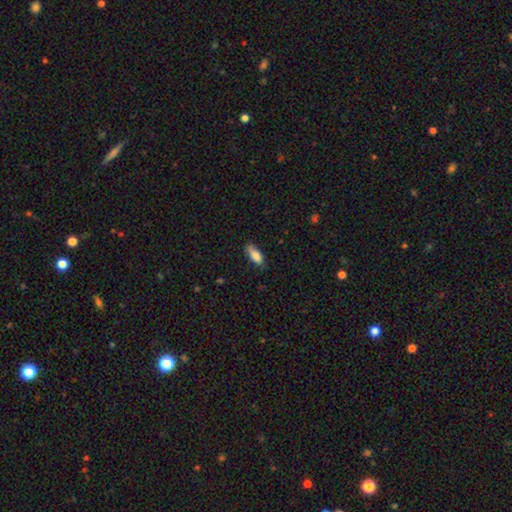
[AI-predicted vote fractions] Smooth or featured? smooth (84%)
How rounded? in between (76%)
Merging? none (75%)